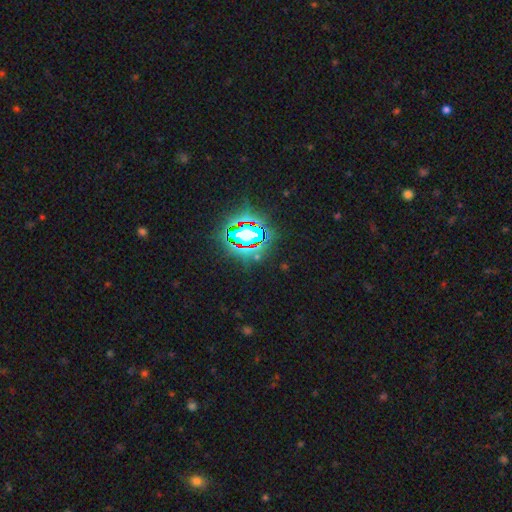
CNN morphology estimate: type=star or artifact (75%).